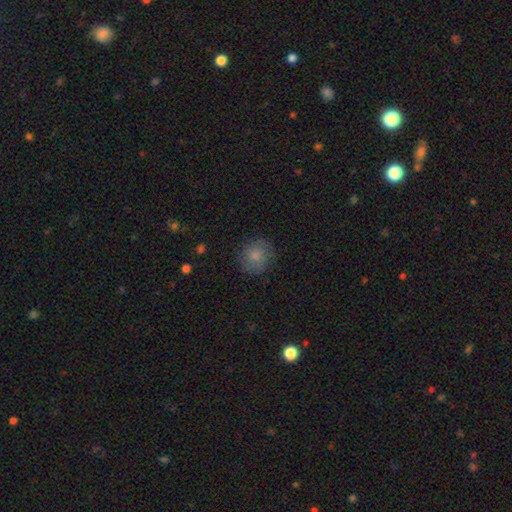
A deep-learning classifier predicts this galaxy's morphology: The model was most divided on "merging": none: 80%, minor disturbance: 15%, major disturbance: 4%, merger: 1%. More confident: how rounded — round (86%); smooth or featured — smooth (81%).